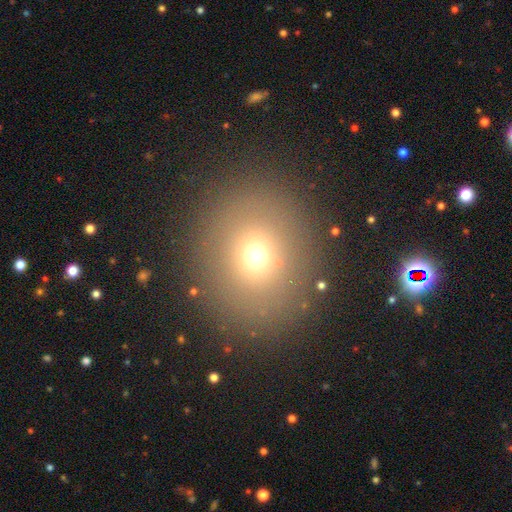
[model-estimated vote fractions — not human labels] Smooth or featured?
  - smooth: 67% *
  - star or artifact: 21%
  - featured or disk: 12%
How rounded?
  - round: 81% *
  - in between: 18%
  - cigar-shaped: 1%
Merging?
  - none: 86% *
  - minor disturbance: 7%
  - major disturbance: 5%
  - merger: 2%